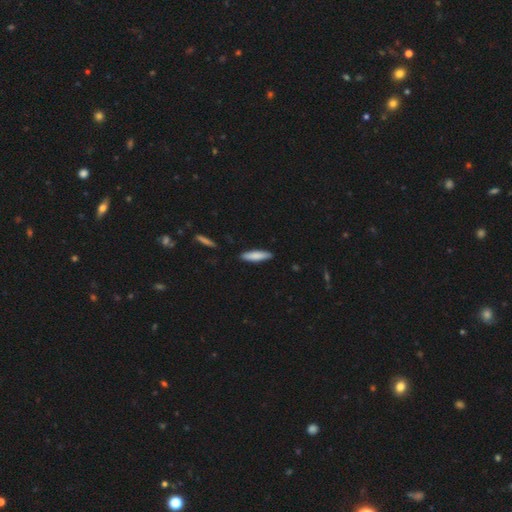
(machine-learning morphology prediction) Smooth or featured? smooth (82%)
How rounded? cigar-shaped (74%)
Merging? none (89%)